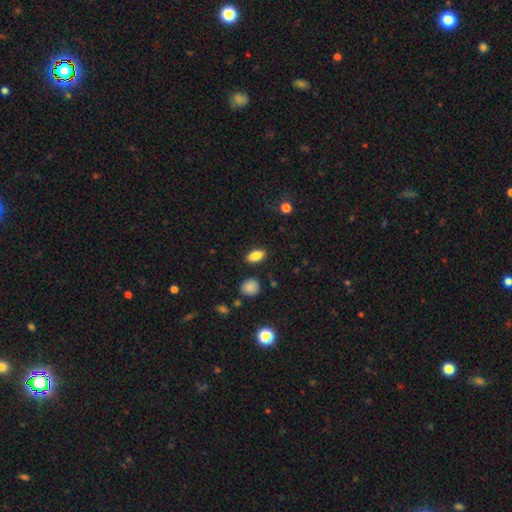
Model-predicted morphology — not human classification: smooth_or_featured: smooth (p=0.86) [alt: star or artifact p=0.09]
how_rounded: in between (p=0.88) [alt: round p=0.06]
merging: none (p=0.87) [alt: minor disturbance p=0.09]